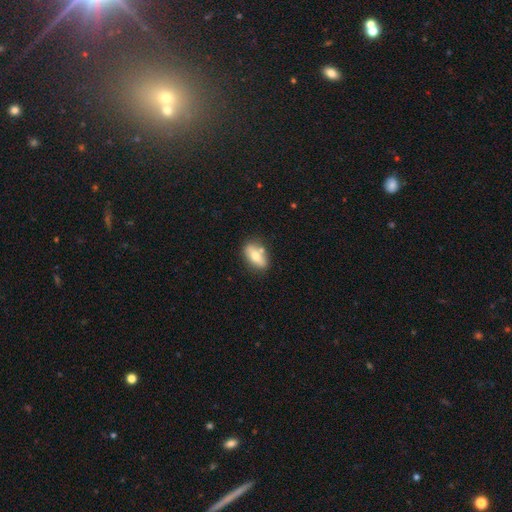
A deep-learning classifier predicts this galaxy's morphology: Smooth or featured: smooth — 64% (featured or disk — 29%)
How rounded: in between — 78% (cigar-shaped — 16%)
Merging: none — 71% (minor disturbance — 15%)